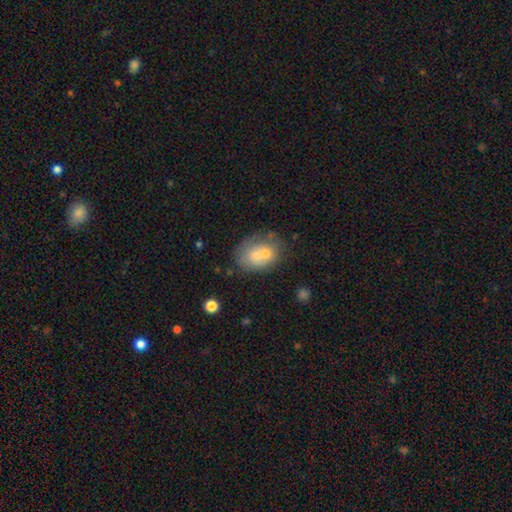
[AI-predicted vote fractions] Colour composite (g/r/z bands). It shows a smooth galaxy with no disk features (64%) that is in between round and cigar-shaped (60%). Merging: merger (47%).